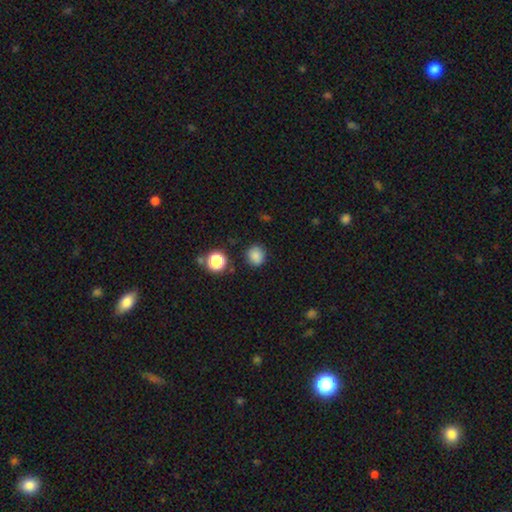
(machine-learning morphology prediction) smooth-or-featured: smooth: 83% | star or artifact: 13% | featured or disk: 4%
  how-rounded: round: 84% | in between: 15% | cigar-shaped: 1%
  merging: none: 84% | minor disturbance: 10% | major disturbance: 3% | merger: 2%